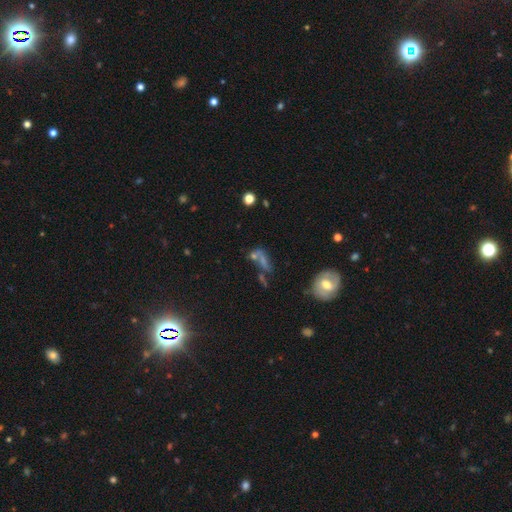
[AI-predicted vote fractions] Smooth or featured: smooth — 42% (featured or disk — 30%)
Merging: none — 40% (merger — 30%)